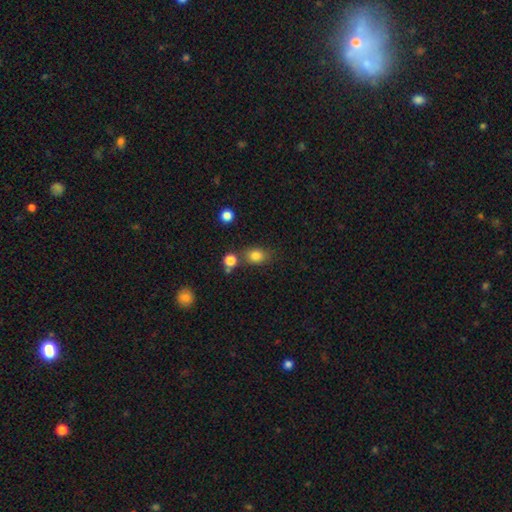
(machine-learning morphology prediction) Smooth or featured: smooth — 81% (star or artifact — 12%)
How rounded: in between — 54% (round — 44%)
Merging: none — 68% (minor disturbance — 14%)